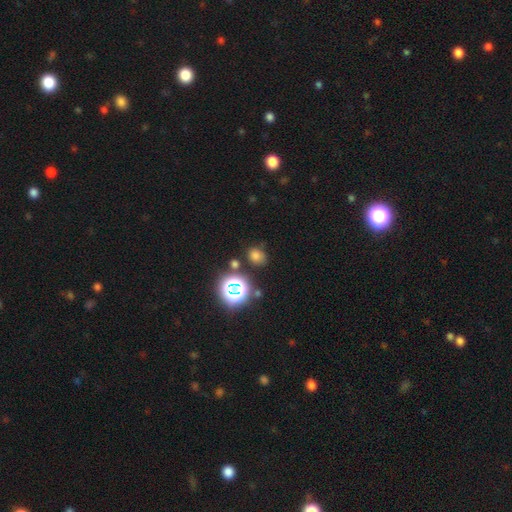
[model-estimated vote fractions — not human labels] Overall: smooth (67%). How rounded: round (52%; in between 47%). Merging: none (75%).